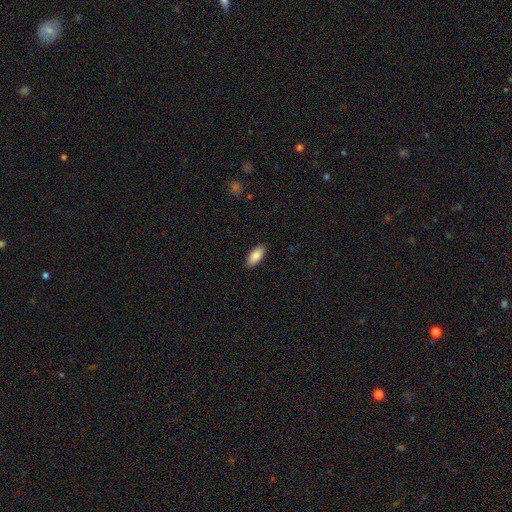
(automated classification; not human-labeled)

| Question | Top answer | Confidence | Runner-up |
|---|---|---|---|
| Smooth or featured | smooth | 85% | featured or disk (8%) |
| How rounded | in between | 89% | cigar-shaped (9%) |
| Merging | none | 90% | minor disturbance (8%) |